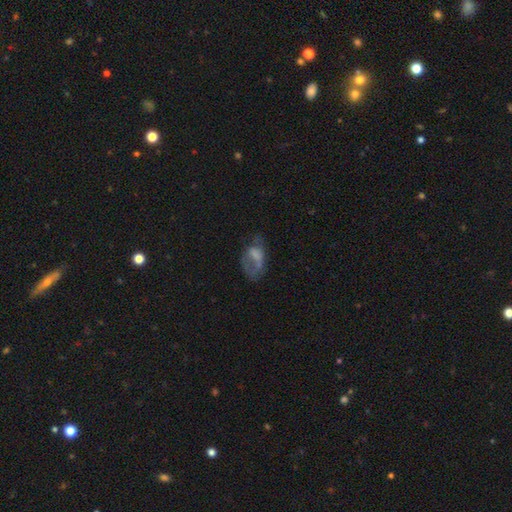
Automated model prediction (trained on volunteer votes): Smooth or featured?
  - smooth: 50% *
  - featured or disk: 38%
  - star or artifact: 13%
Merging?
  - major disturbance: 44% *
  - none: 28%
  - minor disturbance: 22%
  - merger: 6%